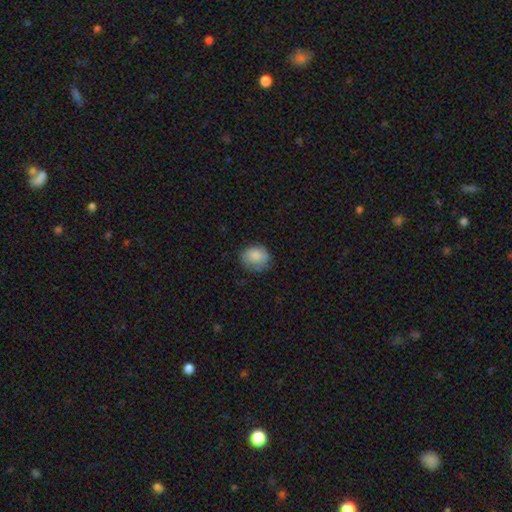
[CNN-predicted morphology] A smooth galaxy with no disk features (83%) that is round (60%).

Vote fractions:
- Smooth or featured? smooth: 83% / featured or disk: 9% / star or artifact: 7%
- How rounded? round: 60% / in between: 39% / cigar-shaped: 1%
- Merging? none: 68% / minor disturbance: 24% / major disturbance: 7% / merger: 1%